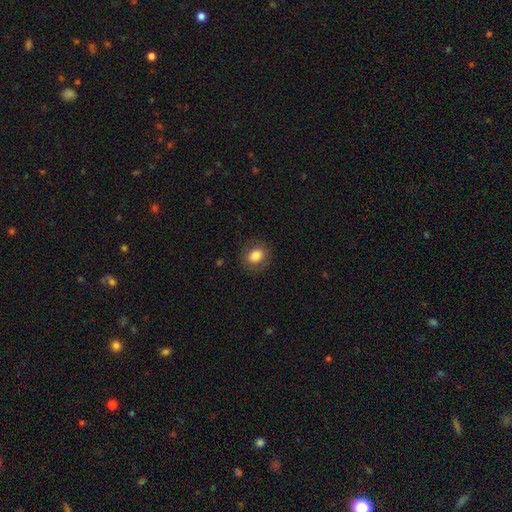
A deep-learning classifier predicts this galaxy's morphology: Overall: smooth (82%). How rounded: round (60%; in between 39%). Merging: none (86%).